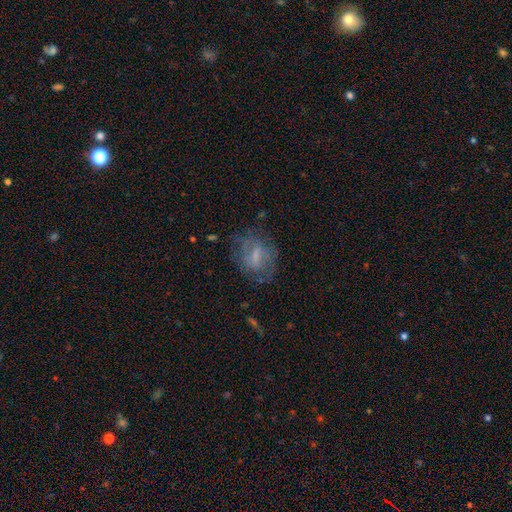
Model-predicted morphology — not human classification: type=featured or disk (49%); merging=none (62%).